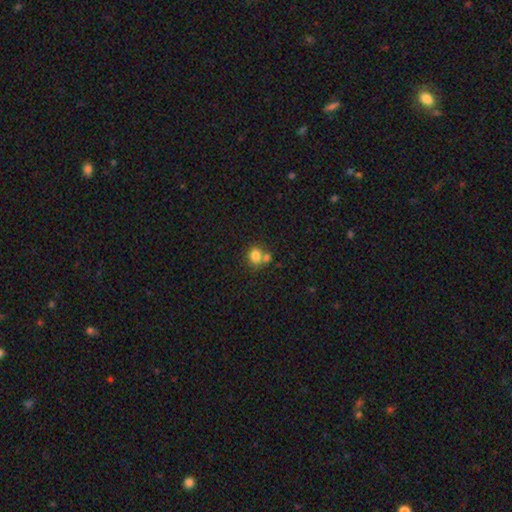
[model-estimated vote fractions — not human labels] Morphology: type=smooth (80%); roundness=round (68%); merging=none (49%).